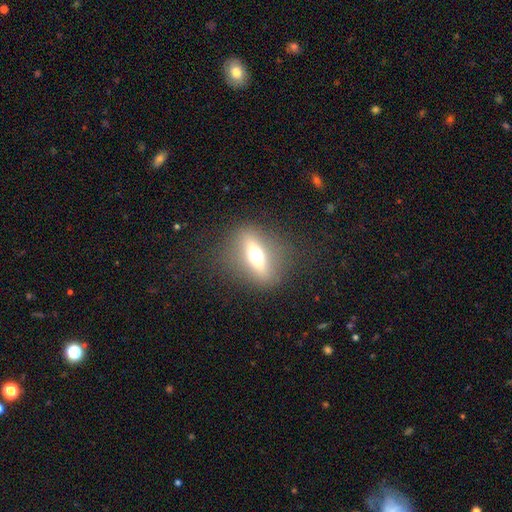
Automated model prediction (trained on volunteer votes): Smooth or featured? featured or disk (56%)
Edge-on disk? yes (71%)
Merging? none (83%)